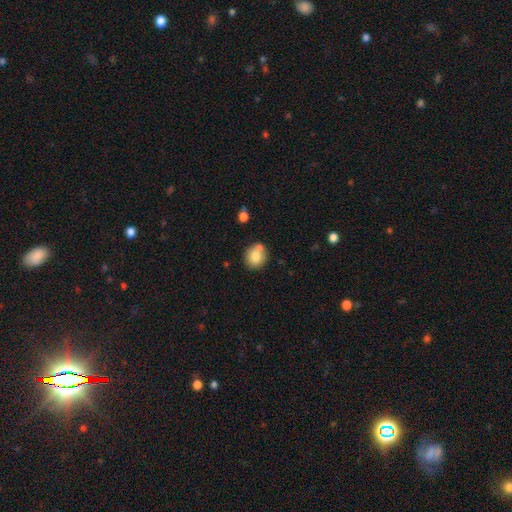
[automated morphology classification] Smooth or featured: smooth — 80% (featured or disk — 11%)
How rounded: round — 75% (in between — 24%)
Merging: none — 65% (merger — 18%)